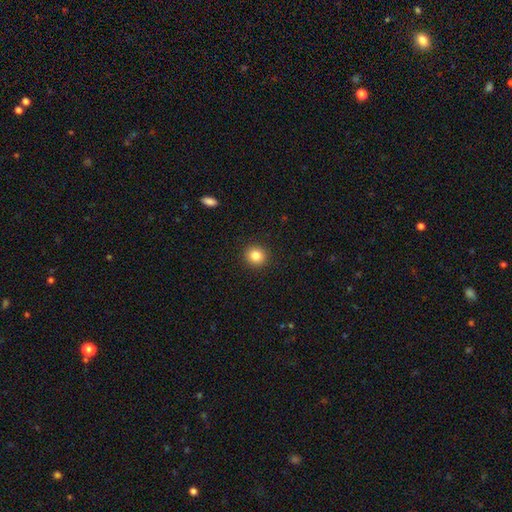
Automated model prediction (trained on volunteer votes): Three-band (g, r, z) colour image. It shows a smooth galaxy with no disk features (84%) that is round (90%). Merging: none (92%).